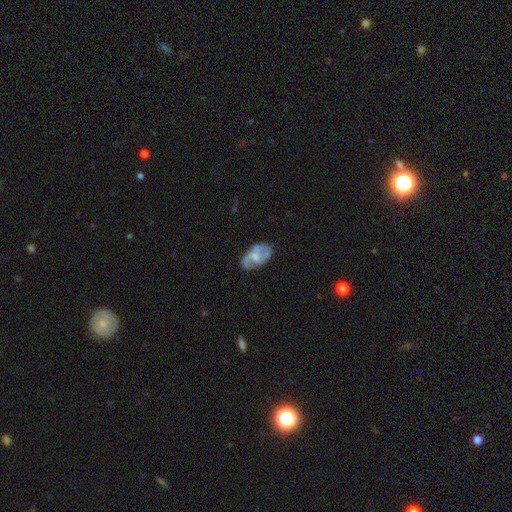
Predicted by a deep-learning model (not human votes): A featured or disk galaxy (66%) with no bar (54%), spiral arms (75%) and a moderate central bulge (41%).

Vote fractions:
- Smooth or featured? featured or disk: 66% / smooth: 28% / star or artifact: 6%
- Edge-on disk? no: 96% / yes: 4%
- Bar? no: 54% / weak: 38% / strong: 7%
- Spiral arms? yes: 75% / no: 25%
- Bulge size? moderate: 41% / small: 31% / none: 20% / large: 6% / dominant: 1%
- Merging? none: 59% / minor disturbance: 24% / major disturbance: 12% / merger: 5%